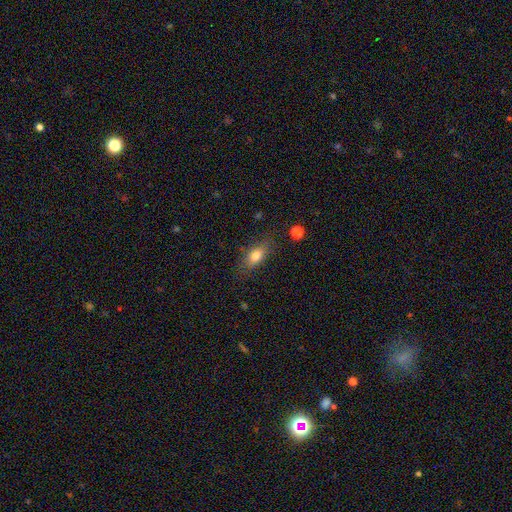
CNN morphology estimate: This is likely a smooth galaxy (78%). How rounded: clearly in between (81%). Merging: likely none (78%).